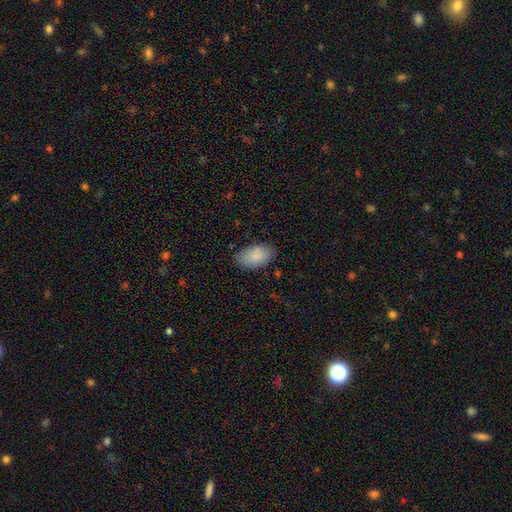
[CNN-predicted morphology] smooth_or_featured: smooth (p=0.87) [alt: star or artifact p=0.06]
how_rounded: in between (p=0.95) [alt: round p=0.04]
merging: none (p=0.81) [alt: minor disturbance p=0.15]